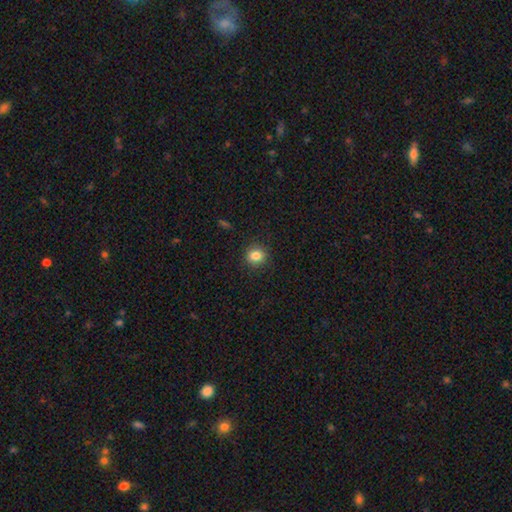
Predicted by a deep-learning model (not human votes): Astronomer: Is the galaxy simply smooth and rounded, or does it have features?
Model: smooth — 84%.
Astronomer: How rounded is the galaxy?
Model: round — 79%.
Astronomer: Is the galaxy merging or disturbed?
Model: none — 89%.